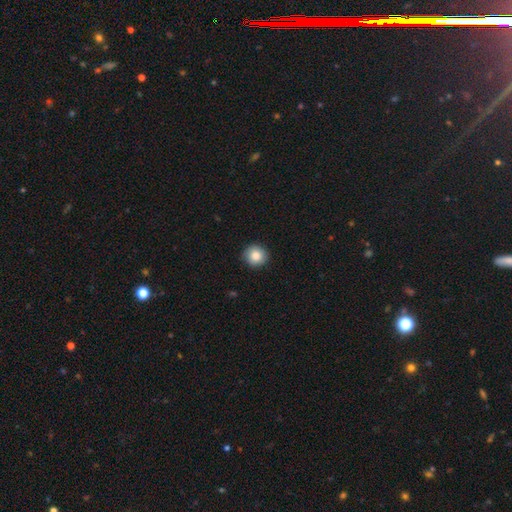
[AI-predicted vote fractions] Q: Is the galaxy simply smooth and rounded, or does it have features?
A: smooth — 85%.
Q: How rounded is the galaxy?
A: round — 91%.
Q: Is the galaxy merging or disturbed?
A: none — 89%.